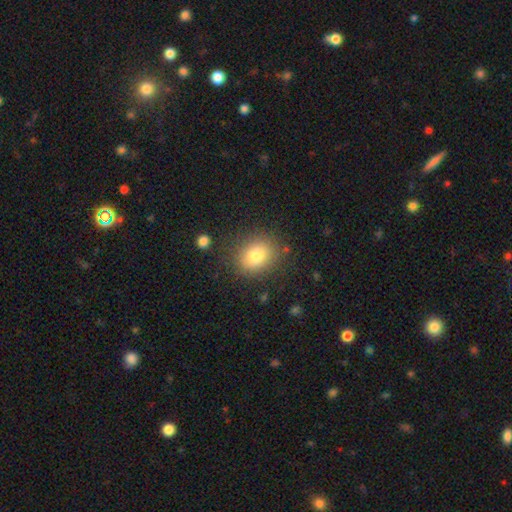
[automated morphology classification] type=smooth (80%); roundness=round (54%); merging=none (83%).